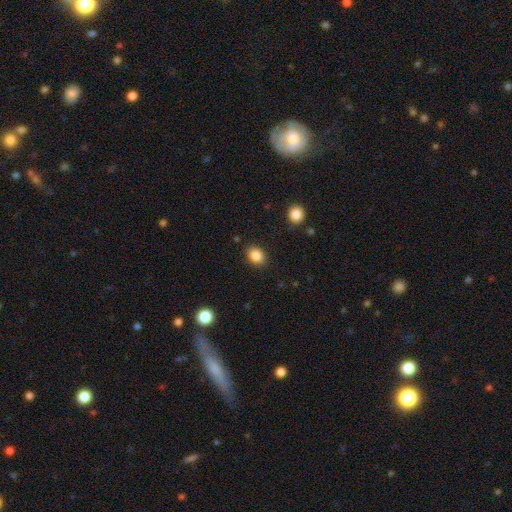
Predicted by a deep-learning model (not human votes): smooth 86%, star or artifact 9%, featured or disk 5%. Down the decision tree: how rounded — in between (58%); merging — none (87%).